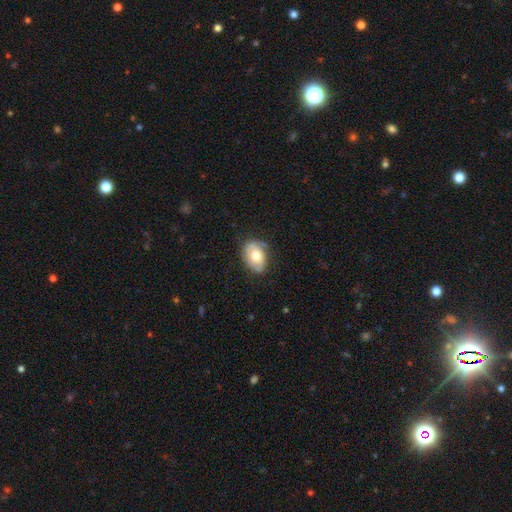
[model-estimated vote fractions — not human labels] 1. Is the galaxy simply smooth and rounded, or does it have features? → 63% smooth, 30% featured or disk, 7% star or artifact.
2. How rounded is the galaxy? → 79% in between, 20% round, 1% cigar-shaped.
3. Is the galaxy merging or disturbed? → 65% none, 27% minor disturbance, 7% major disturbance, 2% merger.